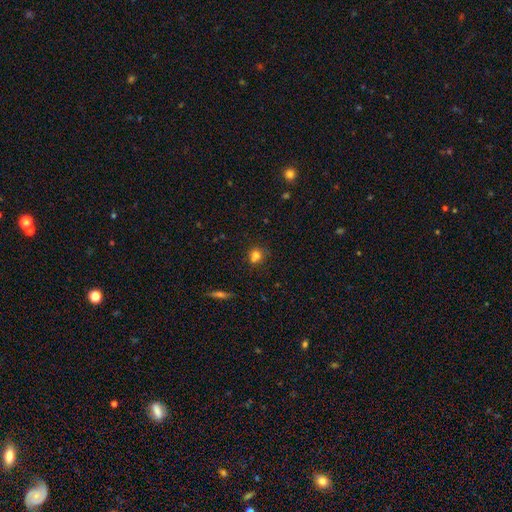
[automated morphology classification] Q: Smooth or featured?
A: smooth (73%); runner-up: star or artifact (15%)
Q: How rounded?
A: round (77%); runner-up: in between (22%)
Q: Merging?
A: none (54%); runner-up: merger (29%)